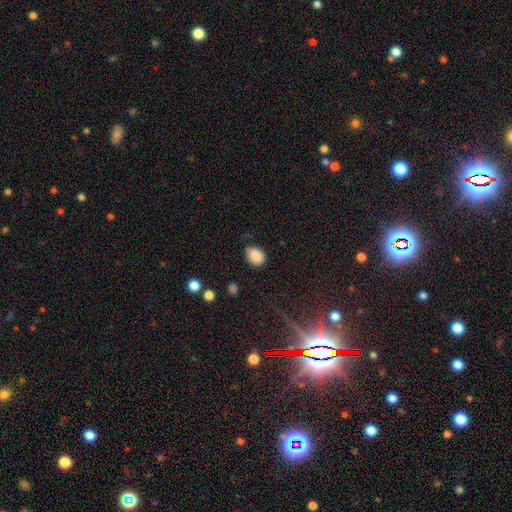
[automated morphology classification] The model was most divided on "how rounded": in between: 65%, round: 34%, cigar-shaped: 1%. More confident: smooth or featured — smooth (87%); merging — none (65%).